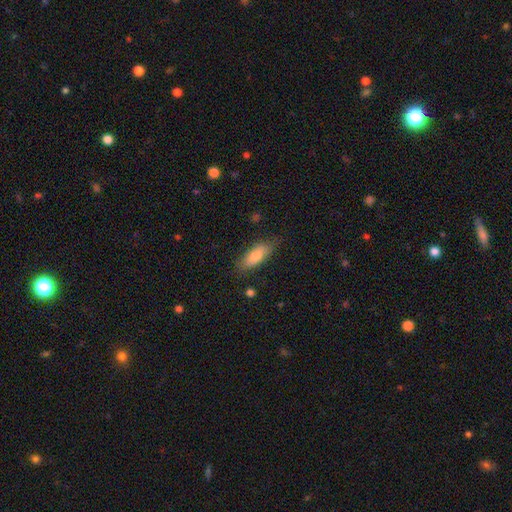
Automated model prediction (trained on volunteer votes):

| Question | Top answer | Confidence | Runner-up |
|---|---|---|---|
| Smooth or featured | smooth | 76% | featured or disk (17%) |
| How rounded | in between | 73% | cigar-shaped (25%) |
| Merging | none | 77% | minor disturbance (17%) |